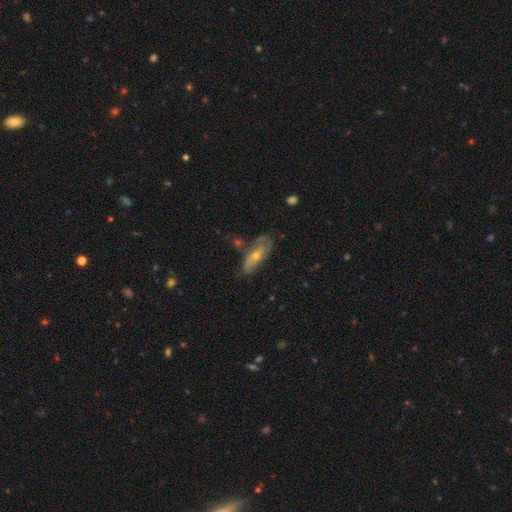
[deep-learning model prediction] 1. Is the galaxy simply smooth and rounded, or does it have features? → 54% featured or disk, 39% smooth, 7% star or artifact.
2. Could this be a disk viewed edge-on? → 73% no, 27% yes.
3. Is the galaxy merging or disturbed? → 55% none, 27% minor disturbance, 10% major disturbance, 8% merger.